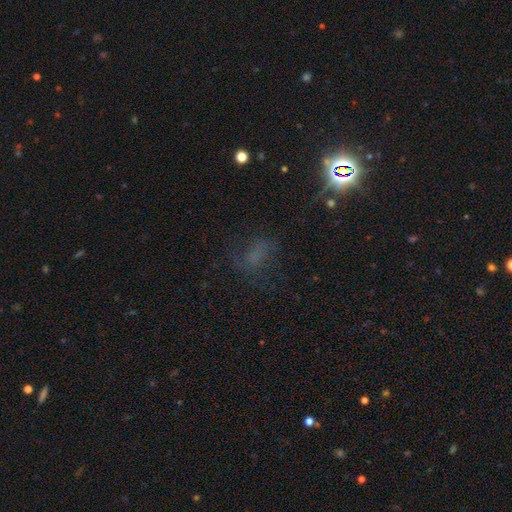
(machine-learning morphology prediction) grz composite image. It shows a star or artifact, not a galaxy (41%).